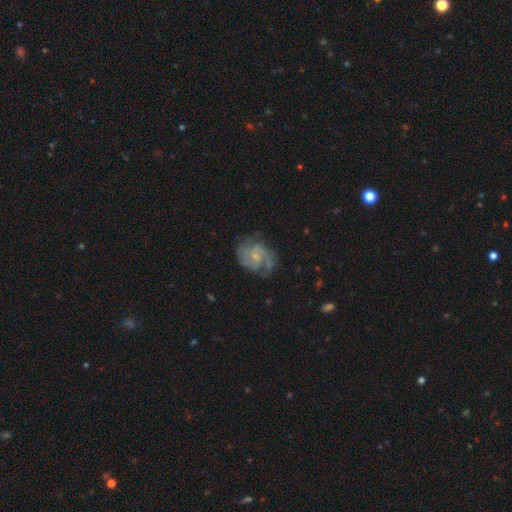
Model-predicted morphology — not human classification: smooth-or-featured: featured or disk: 82% | smooth: 12% | star or artifact: 6%
  disk-edge-on: no: 98% | yes: 2%
    bar: no: 57% | weak: 38% | strong: 5%
    has-spiral-arms: yes: 95% | no: 5%
      spiral-winding: medium: 50% | tight: 31% | loose: 18%
      spiral-arm-count: 2: 59% | 3: 15% | can't tell: 15% | 1: 4% | 4: 4% | more than 4: 3%
    bulge-size: small: 62% | moderate: 24% | none: 12% | large: 2% | dominant: 1%
  merging: none: 66% | minor disturbance: 20% | major disturbance: 12% | merger: 2%